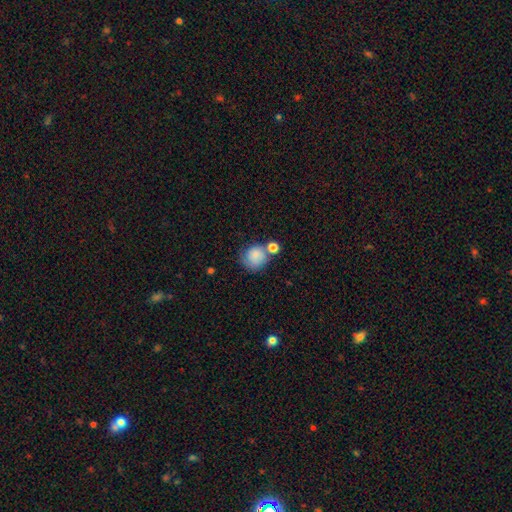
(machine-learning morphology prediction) A smooth galaxy with no disk features (75%) that is round (83%).

Vote fractions:
- Smooth or featured? smooth: 75% / featured or disk: 15% / star or artifact: 9%
- How rounded? round: 83% / in between: 16% / cigar-shaped: 1%
- Merging? none: 47% / merger: 25% / minor disturbance: 19% / major disturbance: 9%